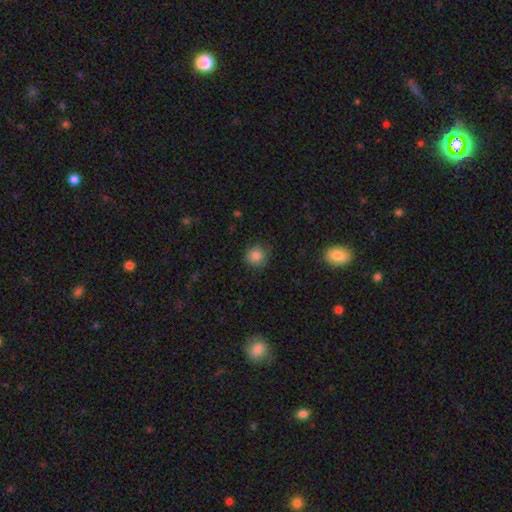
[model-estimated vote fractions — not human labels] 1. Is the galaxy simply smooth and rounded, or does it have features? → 84% smooth, 11% star or artifact, 5% featured or disk.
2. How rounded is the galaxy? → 91% round, 8% in between, 1% cigar-shaped.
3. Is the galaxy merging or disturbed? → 83% none, 12% minor disturbance, 3% major disturbance, 1% merger.